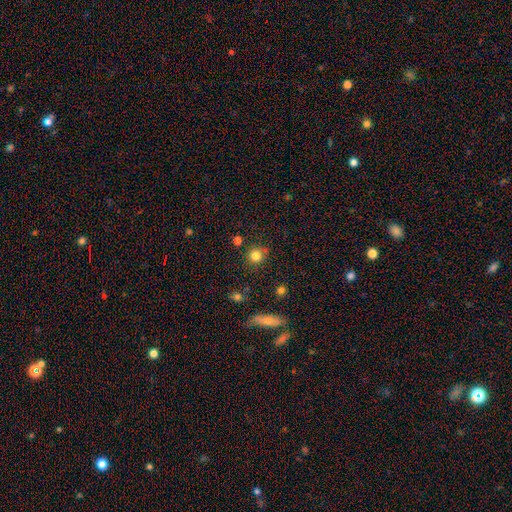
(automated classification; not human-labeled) smooth 81%, star or artifact 13%, featured or disk 7%. Down the decision tree: how rounded — round (90%); merging — none (81%).